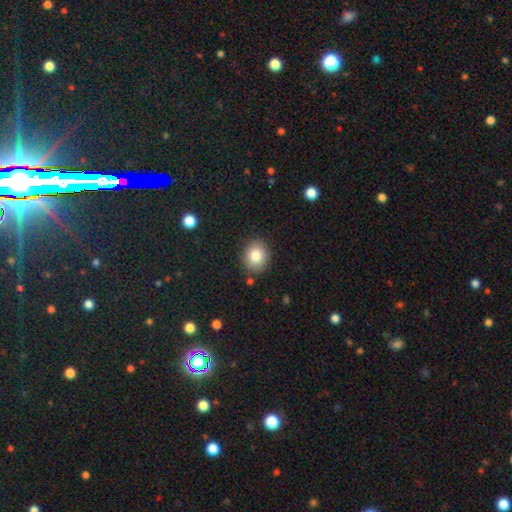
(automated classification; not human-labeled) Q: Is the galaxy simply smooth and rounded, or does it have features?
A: smooth — 82%.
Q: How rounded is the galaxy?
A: round — 62%.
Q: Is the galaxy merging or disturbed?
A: none — 87%.